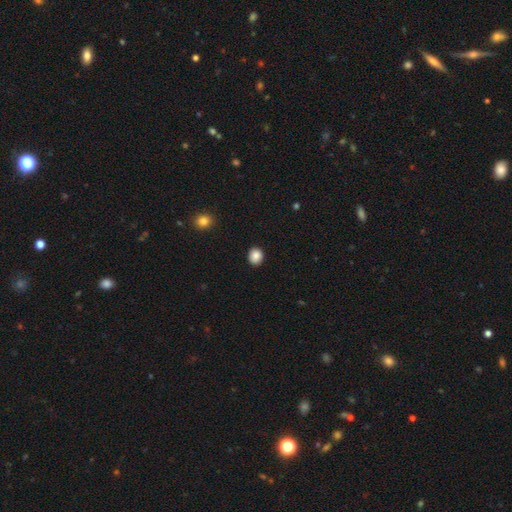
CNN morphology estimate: A smooth galaxy with no disk features (87%) that is round (70%).

Vote fractions:
- Smooth or featured? smooth: 87% / star or artifact: 9% / featured or disk: 4%
- How rounded? round: 70% / in between: 29% / cigar-shaped: 1%
- Merging? none: 91% / minor disturbance: 7% / major disturbance: 2% / merger: 1%